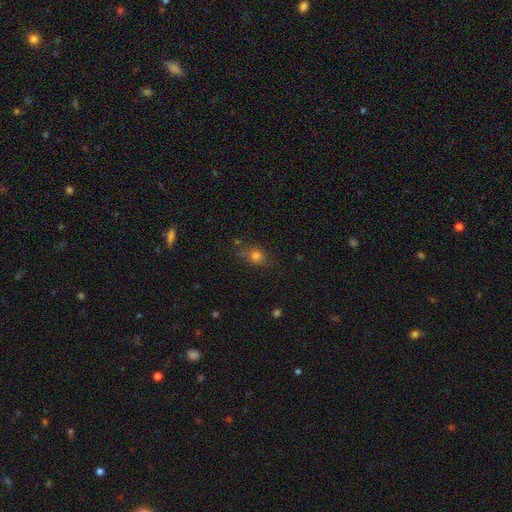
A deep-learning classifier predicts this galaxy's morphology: smooth 76%, star or artifact 15%, featured or disk 9%. Down the decision tree: how rounded — round (64%); merging — none (69%).